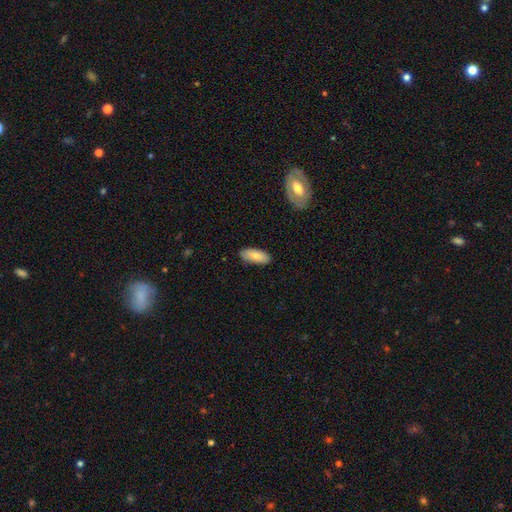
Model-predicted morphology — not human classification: Smooth or featured? Predicted: smooth (p=0.82). How rounded? Predicted: in between (p=0.80). Merging? Predicted: none (p=0.85).